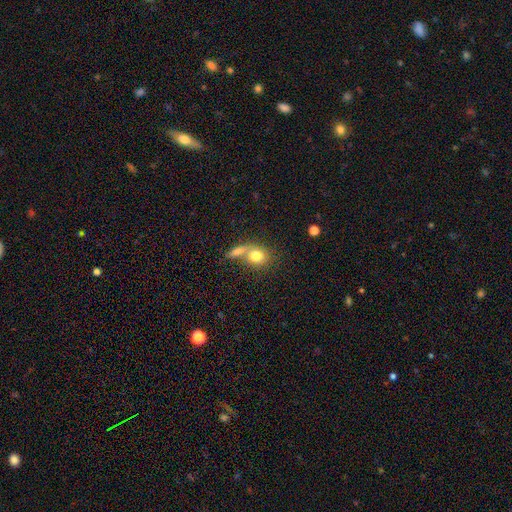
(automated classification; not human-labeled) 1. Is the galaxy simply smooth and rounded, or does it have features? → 79% smooth, 12% featured or disk, 9% star or artifact.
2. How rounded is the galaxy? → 61% round, 37% in between, 2% cigar-shaped.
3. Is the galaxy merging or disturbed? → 51% merger, 34% none, 9% minor disturbance, 7% major disturbance.